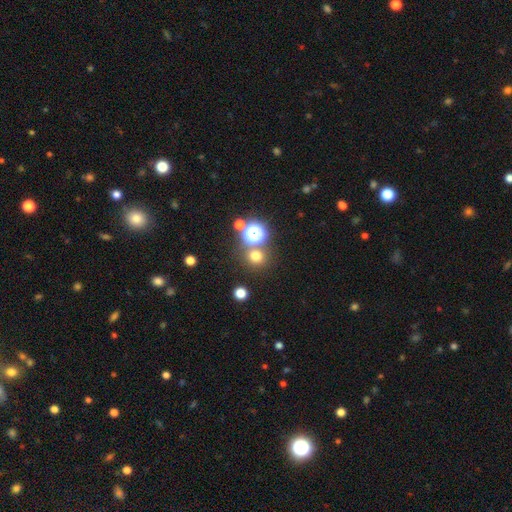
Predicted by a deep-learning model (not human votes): smooth_or_featured: smooth (p=0.67) [alt: star or artifact p=0.26]
how_rounded: round (p=0.89) [alt: in between p=0.10]
merging: none (p=0.77) [alt: merger p=0.13]